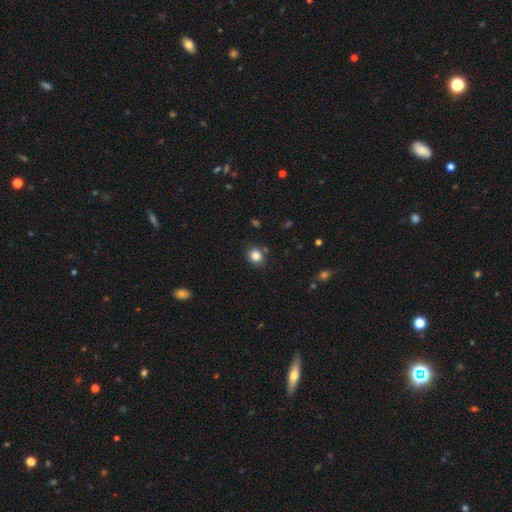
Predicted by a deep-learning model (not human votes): Smooth or featured: smooth — 83% (star or artifact — 11%)
How rounded: round — 72% (in between — 28%)
Merging: none — 83% (minor disturbance — 11%)